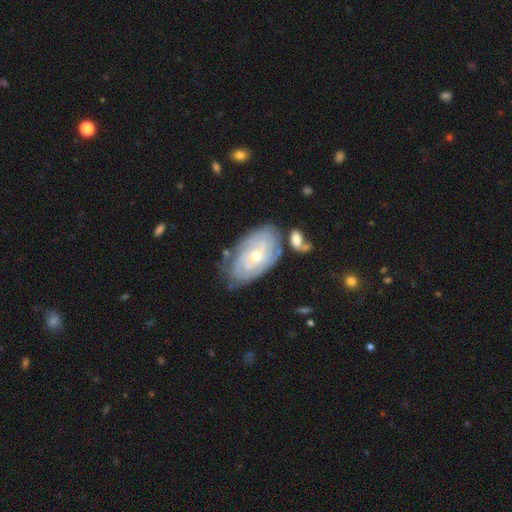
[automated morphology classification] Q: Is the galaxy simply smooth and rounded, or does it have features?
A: featured or disk — 82%.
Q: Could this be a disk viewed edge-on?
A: no — 95%.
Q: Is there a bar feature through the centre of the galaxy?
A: no — 76%.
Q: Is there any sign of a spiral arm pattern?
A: yes — 92%.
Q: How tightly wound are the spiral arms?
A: tight — 81%.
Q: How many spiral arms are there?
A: can't tell — 47%.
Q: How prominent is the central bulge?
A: small — 52%.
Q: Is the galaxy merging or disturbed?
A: none — 72%.